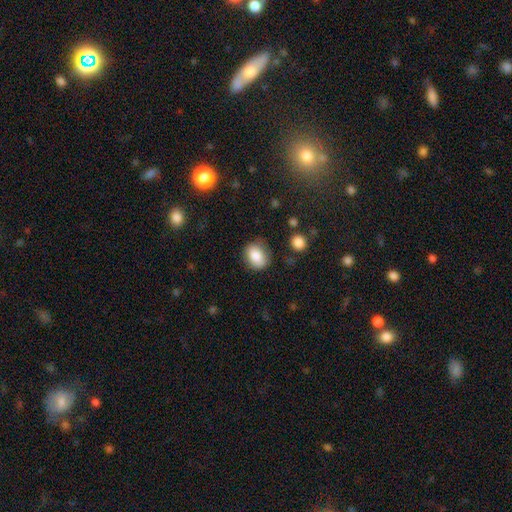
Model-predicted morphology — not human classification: Q: Smooth or featured?
A: smooth (81%); runner-up: featured or disk (10%)
Q: How rounded?
A: in between (55%); runner-up: round (44%)
Q: Merging?
A: none (77%); runner-up: minor disturbance (16%)